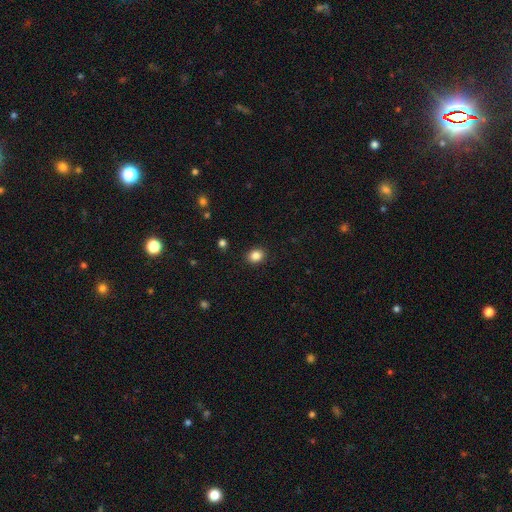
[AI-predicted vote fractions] smooth-or-featured: smooth: 86% | star or artifact: 10% | featured or disk: 4%
  how-rounded: round: 56% | in between: 43% | cigar-shaped: 1%
  merging: none: 90% | minor disturbance: 7% | major disturbance: 2% | merger: 1%